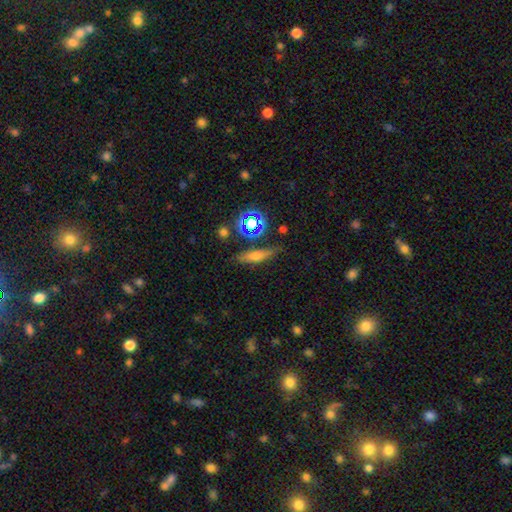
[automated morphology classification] Q: Smooth or featured?
A: smooth (49%); runner-up: featured or disk (33%)
Q: Merging?
A: none (77%); runner-up: minor disturbance (14%)